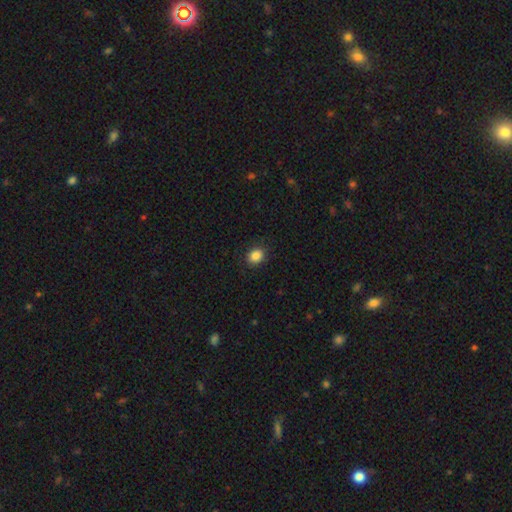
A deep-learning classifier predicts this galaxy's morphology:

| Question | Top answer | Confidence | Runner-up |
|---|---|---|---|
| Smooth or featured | smooth | 86% | star or artifact (10%) |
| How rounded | round | 63% | in between (36%) |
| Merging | none | 89% | minor disturbance (8%) |